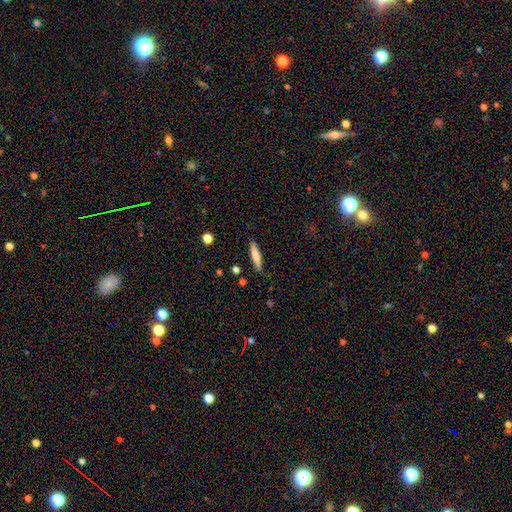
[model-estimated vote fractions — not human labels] smooth_or_featured: smooth (p=0.75) [alt: featured or disk p=0.18]
how_rounded: cigar-shaped (p=0.85) [alt: in between p=0.14]
merging: none (p=0.84) [alt: minor disturbance p=0.12]